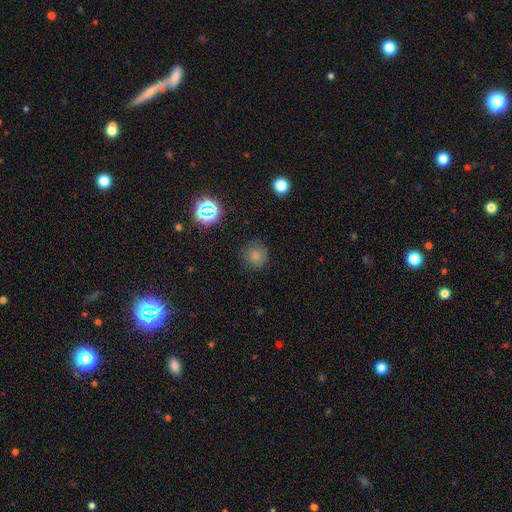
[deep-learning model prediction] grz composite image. It shows a smooth galaxy with no disk features (77%) that is round (90%). Merging: none (82%).